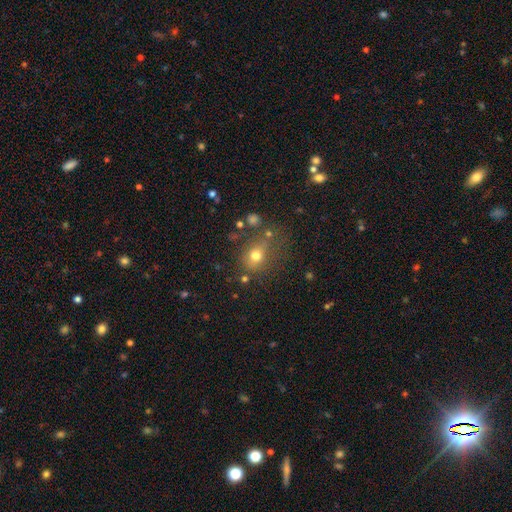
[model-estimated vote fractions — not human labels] Morphology: type=smooth (71%); roundness=round (59%); merging=none (54%).